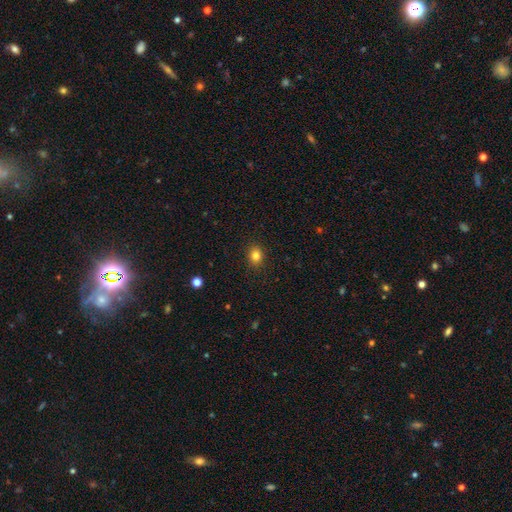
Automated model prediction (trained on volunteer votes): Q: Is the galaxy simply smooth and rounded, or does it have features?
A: smooth — 82%.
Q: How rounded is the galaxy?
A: round — 62%.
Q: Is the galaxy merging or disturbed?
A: none — 90%.